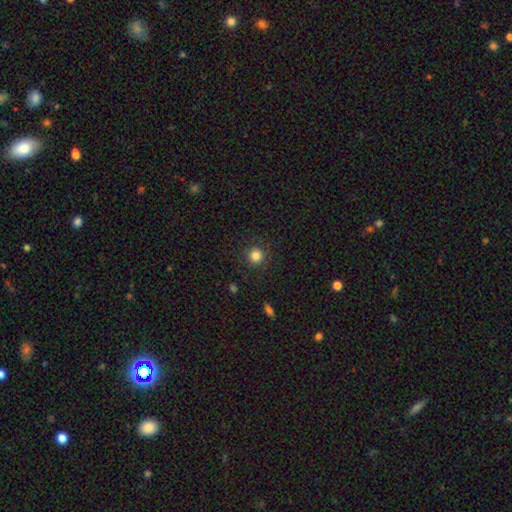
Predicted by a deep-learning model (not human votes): smooth 84%, star or artifact 12%, featured or disk 5%. Down the decision tree: how rounded — round (95%); merging — none (90%).